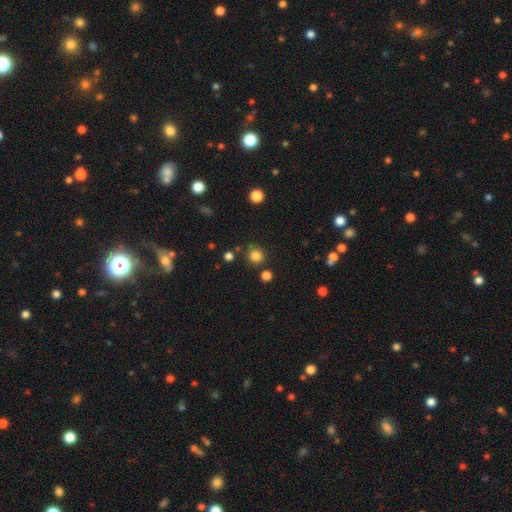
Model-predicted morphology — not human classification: A smooth galaxy with no disk features (82%) that is round (92%). Merging: none (85%).